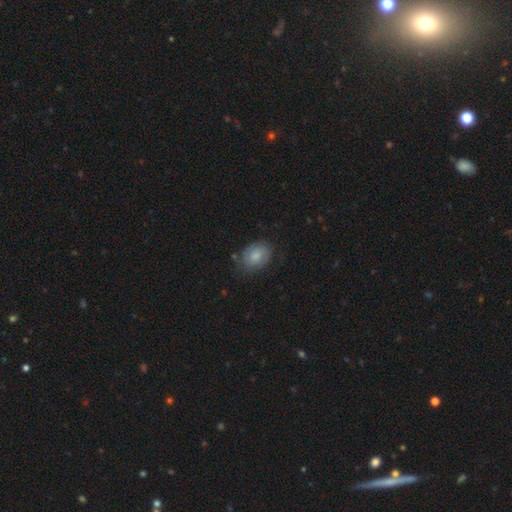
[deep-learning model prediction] This appears to be a smooth galaxy with no disk features (70%) that is in between round and cigar-shaped (72%). Merging: none (70%).